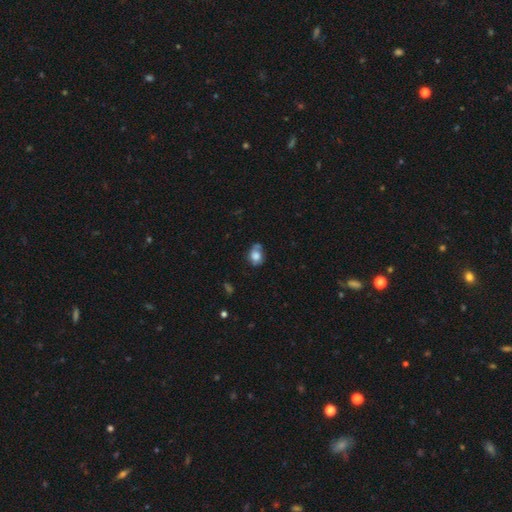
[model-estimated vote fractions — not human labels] smooth_or_featured: smooth (p=0.72) [alt: featured or disk p=0.18]
how_rounded: in between (p=0.52) [alt: round p=0.47]
merging: none (p=0.46) [alt: minor disturbance p=0.32]